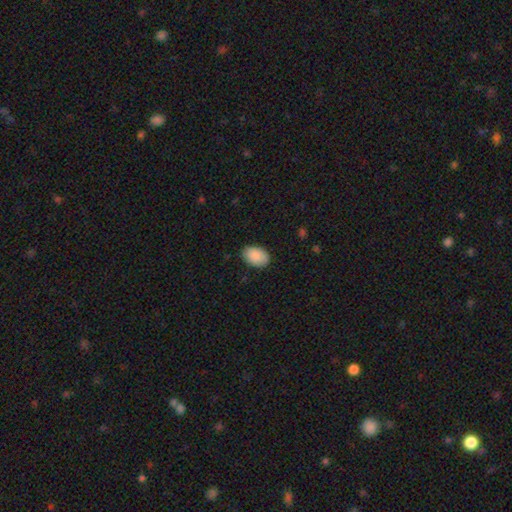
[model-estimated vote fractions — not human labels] A smooth galaxy with no disk features (90%) that is in between round and cigar-shaped (88%). Merging: none (86%).